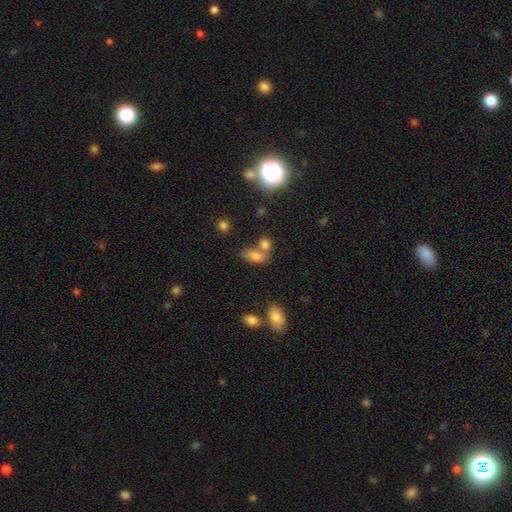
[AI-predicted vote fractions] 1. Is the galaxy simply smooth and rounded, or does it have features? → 73% smooth, 14% star or artifact, 13% featured or disk.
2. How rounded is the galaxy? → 84% in between, 9% round, 6% cigar-shaped.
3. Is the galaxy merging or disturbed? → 46% merger, 36% none, 12% minor disturbance, 6% major disturbance.